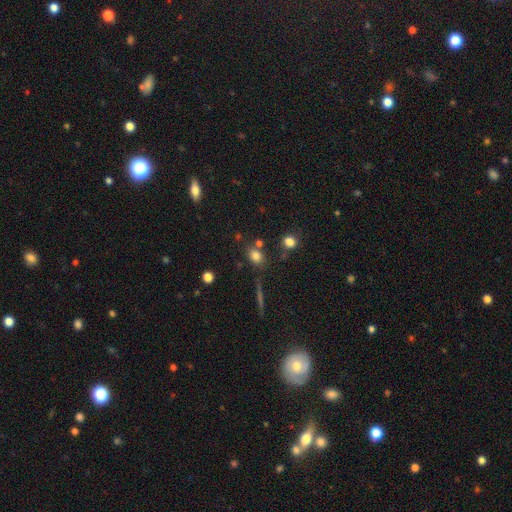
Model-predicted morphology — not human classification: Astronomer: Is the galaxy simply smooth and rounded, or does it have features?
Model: smooth — 78%.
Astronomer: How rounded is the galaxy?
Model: in between — 52% (runner-up: round, 46%).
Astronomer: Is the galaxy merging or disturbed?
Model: none — 71%.